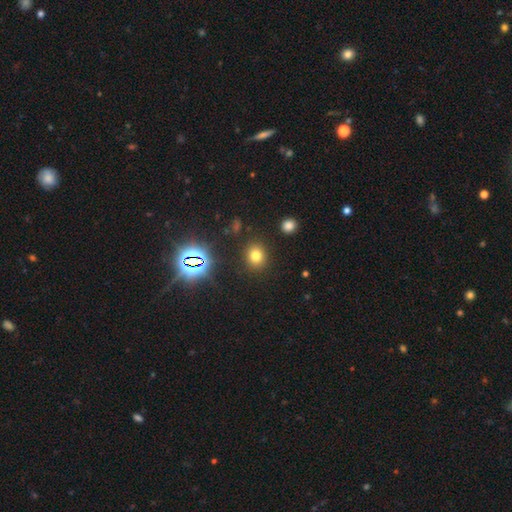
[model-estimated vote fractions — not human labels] A smooth galaxy with no disk features (72%) that is round (69%). Merging: none (87%).